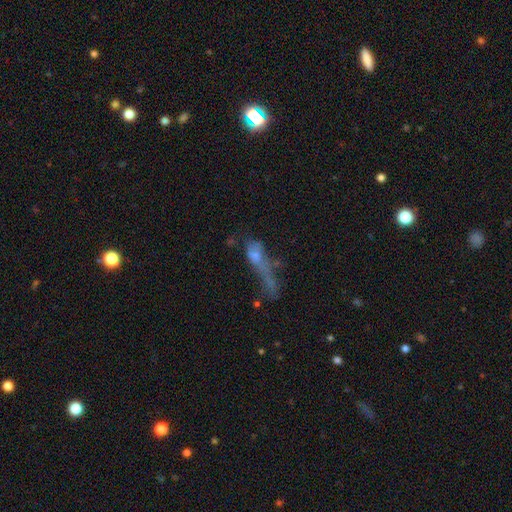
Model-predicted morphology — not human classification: Smooth or featured? smooth (45%)
Merging? major disturbance (41%)